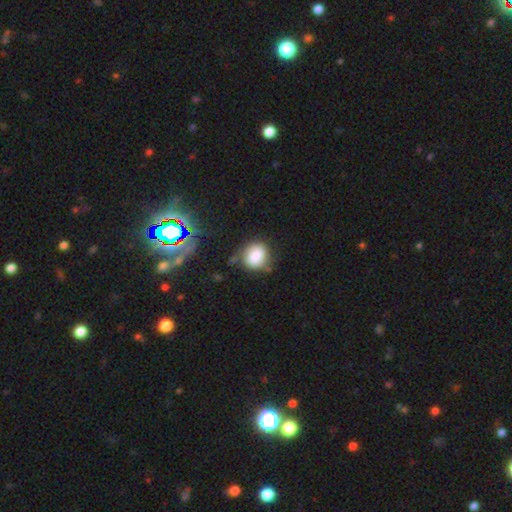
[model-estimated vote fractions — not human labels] Smooth or featured? Predicted: smooth (p=0.80). How rounded? Predicted: round (p=0.67). Merging? Predicted: none (p=0.61).